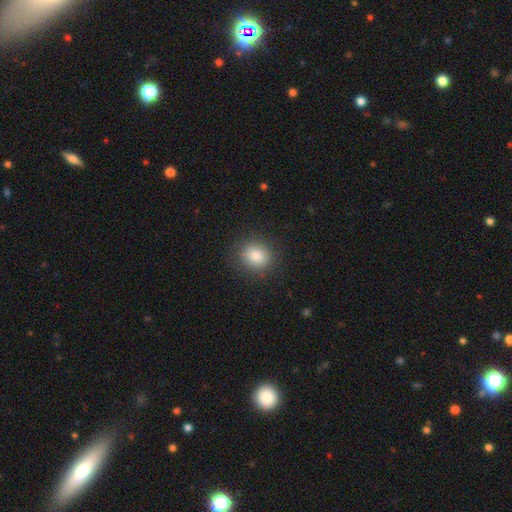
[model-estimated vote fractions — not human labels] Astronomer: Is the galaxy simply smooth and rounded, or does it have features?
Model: smooth — 85%.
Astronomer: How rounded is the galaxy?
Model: round — 71%.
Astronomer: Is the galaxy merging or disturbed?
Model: none — 88%.